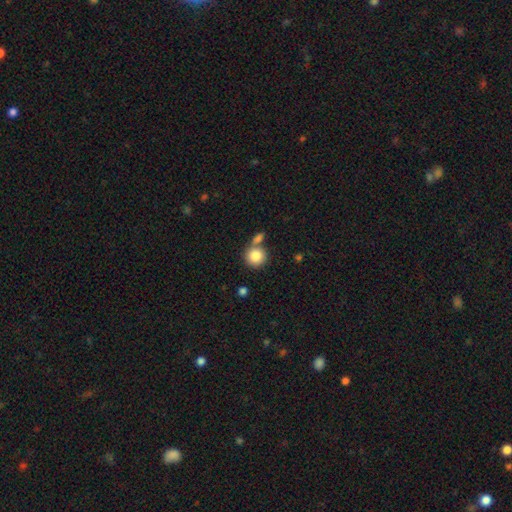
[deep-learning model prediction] Overall: smooth (84%). How rounded: round (90%). Merging: none (58%; merger 29%).